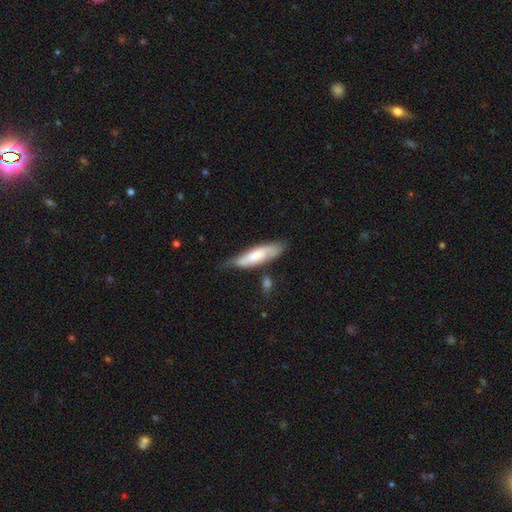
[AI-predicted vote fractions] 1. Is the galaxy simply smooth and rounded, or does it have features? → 58% smooth, 36% featured or disk, 6% star or artifact.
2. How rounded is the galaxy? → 57% cigar-shaped, 41% in between, 2% round.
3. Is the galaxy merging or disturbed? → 55% none, 30% minor disturbance, 9% major disturbance, 6% merger.